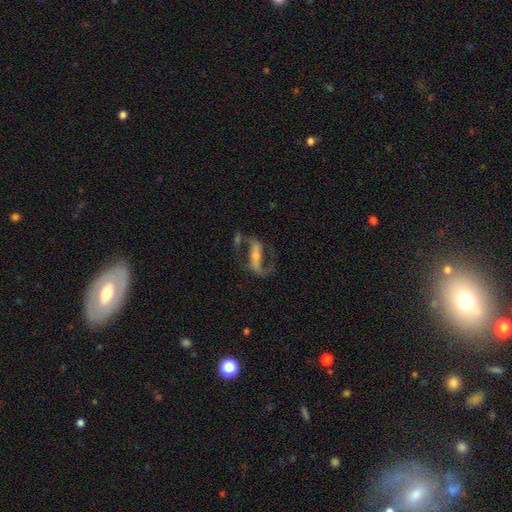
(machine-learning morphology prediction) Smooth or featured? featured or disk (82%)
Edge-on disk? no (89%)
Bar? strong (57%)
Spiral arms? yes (91%)
Spiral winding? loose (54%)
Spiral arm count? 2 (87%)
Bulge size? small (52%)
Merging? none (60%)